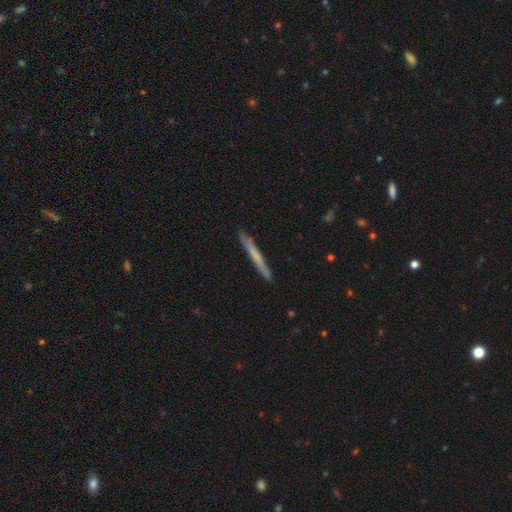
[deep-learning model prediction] Smooth or featured?
  - smooth: 54% *
  - featured or disk: 41%
  - star or artifact: 6%
How rounded?
  - cigar-shaped: 97% *
  - in between: 2%
  - round: 1%
Merging?
  - none: 90% *
  - minor disturbance: 8%
  - major disturbance: 1%
  - merger: 1%